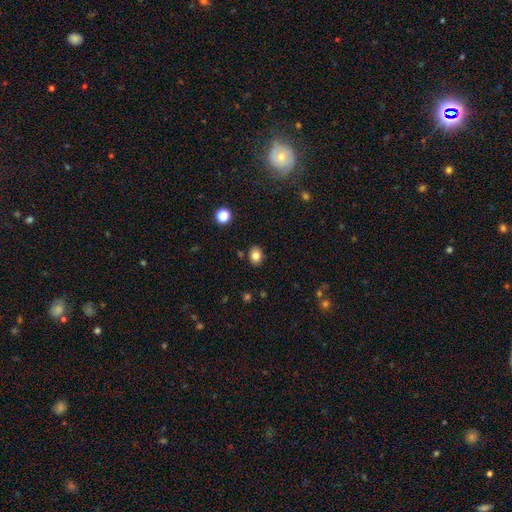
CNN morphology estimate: This appears to be a smooth galaxy with no disk features (81%) that is in between round and cigar-shaped (60%). Merging: none (86%).